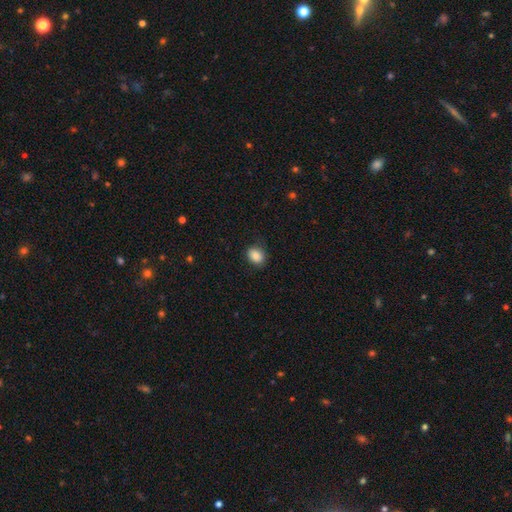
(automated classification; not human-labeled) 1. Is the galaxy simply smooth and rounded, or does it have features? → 87% smooth, 9% star or artifact, 5% featured or disk.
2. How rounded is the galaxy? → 58% in between, 41% round, 1% cigar-shaped.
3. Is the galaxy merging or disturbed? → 80% none, 15% minor disturbance, 4% major disturbance, 1% merger.